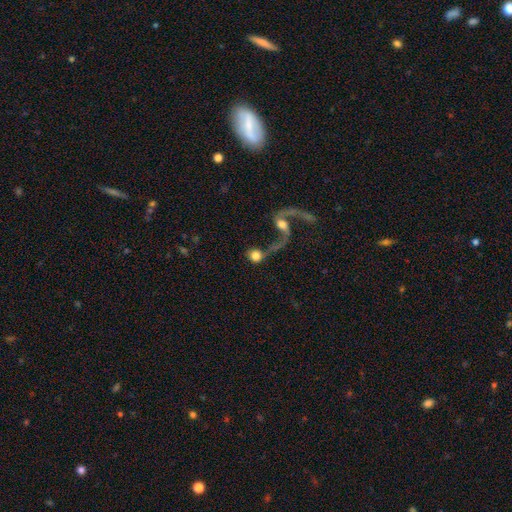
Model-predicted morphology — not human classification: This appears to be a smooth galaxy with no disk features (65%) that is round (86%). Merging: none (40%).